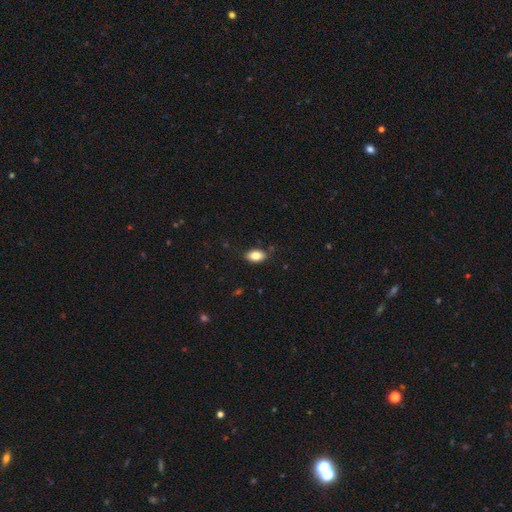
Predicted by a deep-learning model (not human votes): Morphology: type=smooth (83%); roundness=in between (91%); merging=none (86%).